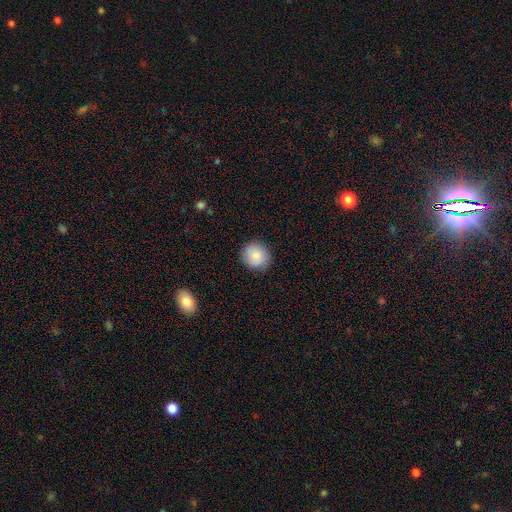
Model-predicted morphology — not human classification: This appears to be a smooth galaxy with no disk features (86%) that is round (89%). Merging: none (90%).